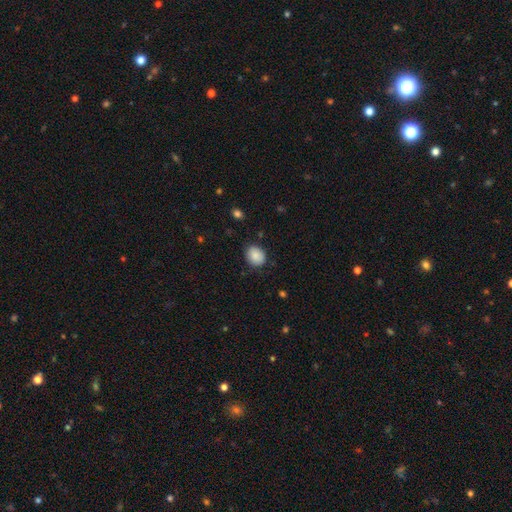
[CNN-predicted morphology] Q: Smooth or featured?
A: smooth (87%); runner-up: star or artifact (8%)
Q: How rounded?
A: round (58%); runner-up: in between (41%)
Q: Merging?
A: none (82%); runner-up: minor disturbance (14%)